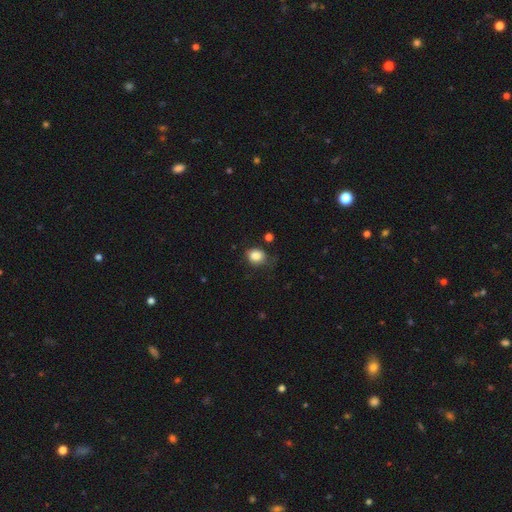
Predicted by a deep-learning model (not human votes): Smooth or featured?
  - smooth: 85% *
  - star or artifact: 10%
  - featured or disk: 5%
How rounded?
  - round: 59% *
  - in between: 40%
  - cigar-shaped: 1%
Merging?
  - none: 64% *
  - minor disturbance: 25%
  - major disturbance: 8%
  - merger: 3%